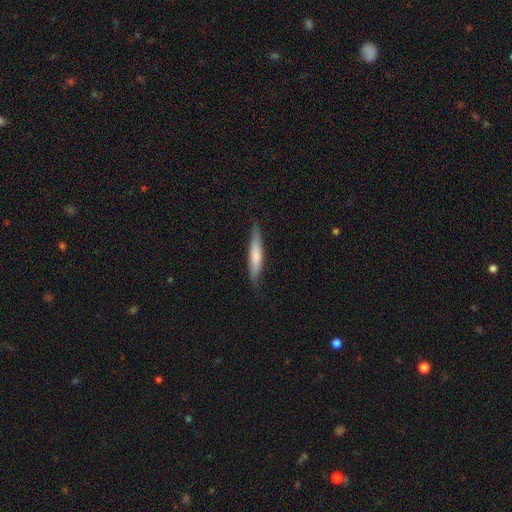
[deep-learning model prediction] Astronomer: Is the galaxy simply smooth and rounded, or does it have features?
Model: smooth — 63%.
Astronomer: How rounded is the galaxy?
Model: cigar-shaped — 91%.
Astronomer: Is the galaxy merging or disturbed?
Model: none — 79%.